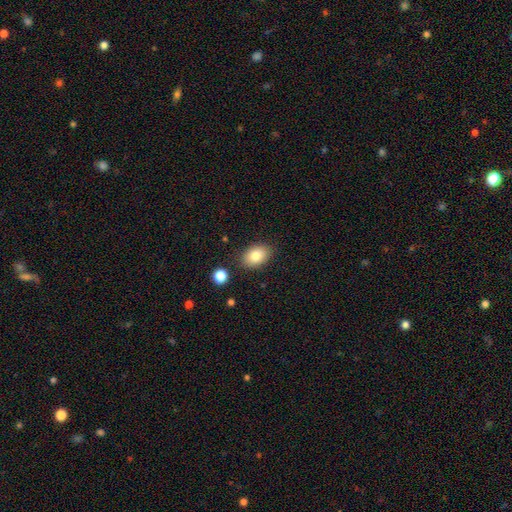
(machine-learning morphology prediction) Smooth or featured? Predicted: smooth (p=0.82). How rounded? Predicted: in between (p=0.83). Merging? Predicted: none (p=0.85).